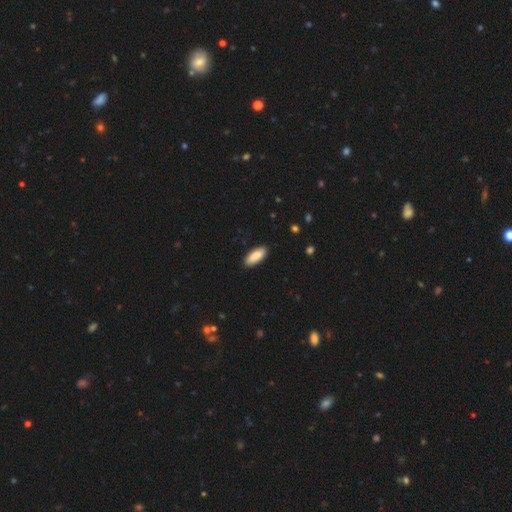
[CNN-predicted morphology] This appears to be a smooth galaxy with no disk features (88%) that is in between round and cigar-shaped (80%). Merging: none (88%).